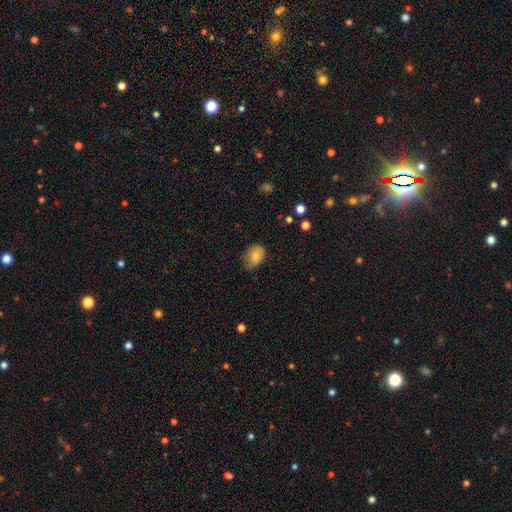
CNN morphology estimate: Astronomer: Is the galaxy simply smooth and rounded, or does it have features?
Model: smooth — 80%.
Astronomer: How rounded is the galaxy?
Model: in between — 72%.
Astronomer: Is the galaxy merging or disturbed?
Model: none — 59%.